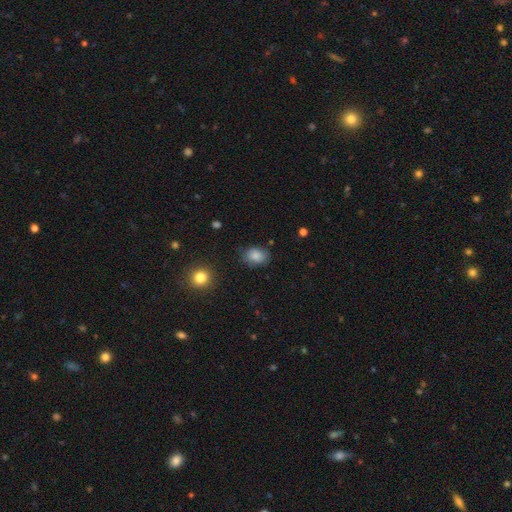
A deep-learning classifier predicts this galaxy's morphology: Smooth or featured?
  - smooth: 84% *
  - star or artifact: 9%
  - featured or disk: 7%
How rounded?
  - in between: 70% *
  - round: 29%
  - cigar-shaped: 1%
Merging?
  - none: 77% *
  - minor disturbance: 17%
  - major disturbance: 4%
  - merger: 2%